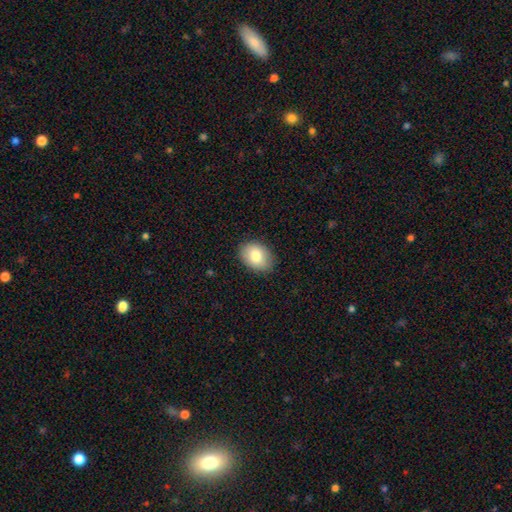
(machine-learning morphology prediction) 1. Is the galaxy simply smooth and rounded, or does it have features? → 82% smooth, 10% featured or disk, 7% star or artifact.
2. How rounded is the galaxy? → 76% in between, 23% round, 1% cigar-shaped.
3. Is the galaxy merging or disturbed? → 87% none, 10% minor disturbance, 2% major disturbance, 1% merger.